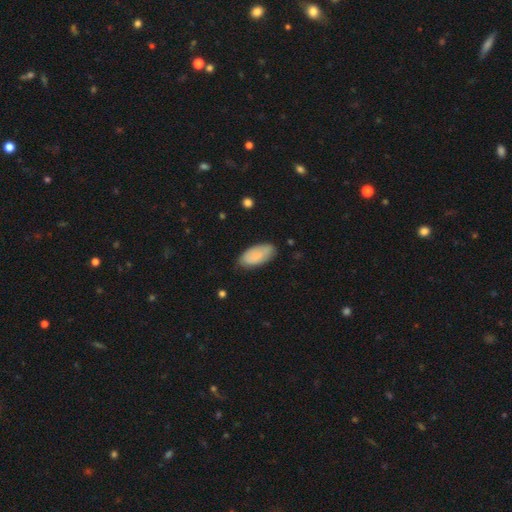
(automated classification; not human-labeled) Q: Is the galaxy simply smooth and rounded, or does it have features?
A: smooth — 79%.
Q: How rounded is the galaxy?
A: in between — 92%.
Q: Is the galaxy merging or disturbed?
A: none — 77%.